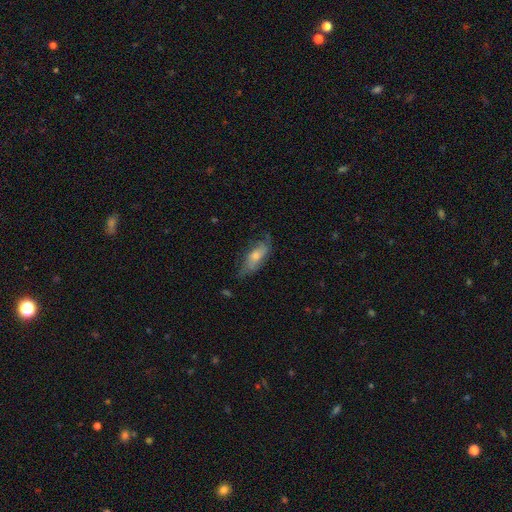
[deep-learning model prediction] This is possibly a featured or disk galaxy (49%). Merging: likely none (60%).